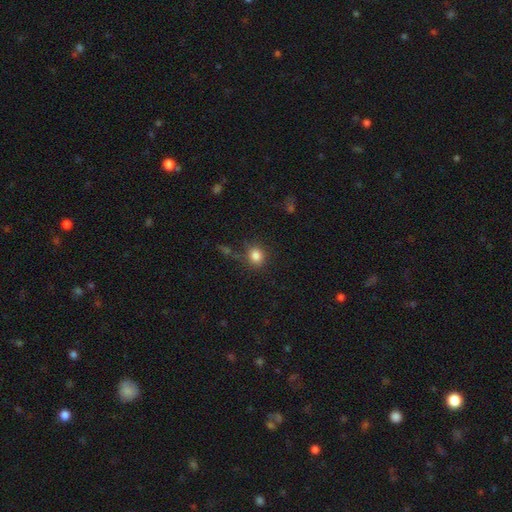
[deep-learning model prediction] smooth 83%, star or artifact 11%, featured or disk 5%. Down the decision tree: how rounded — round (68%); merging — none (75%).